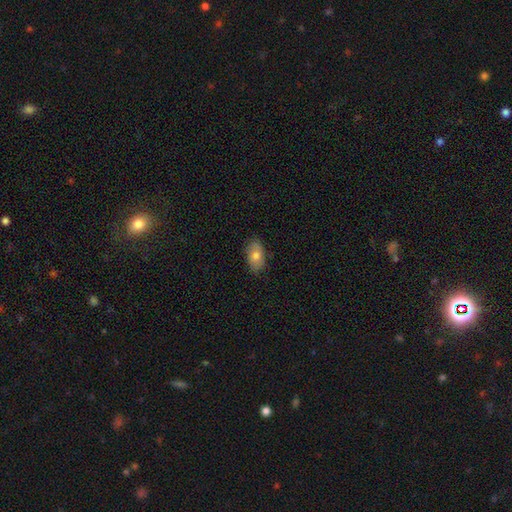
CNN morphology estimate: Smooth or featured? Predicted: smooth (p=0.77). How rounded? Predicted: in between (p=0.92). Merging? Predicted: none (p=0.83).